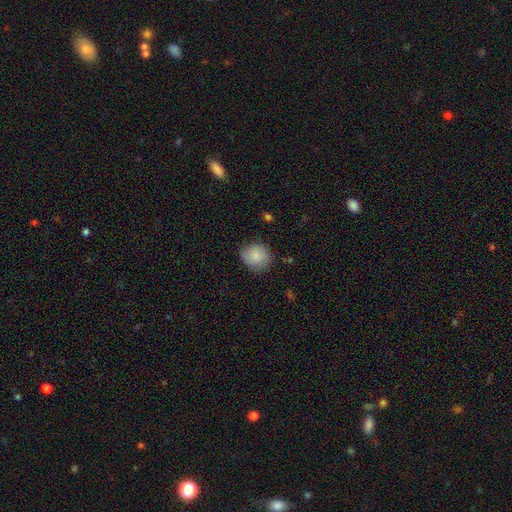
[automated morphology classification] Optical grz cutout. It shows a smooth galaxy with no disk features (81%) that is round (79%). Merging: none (75%).